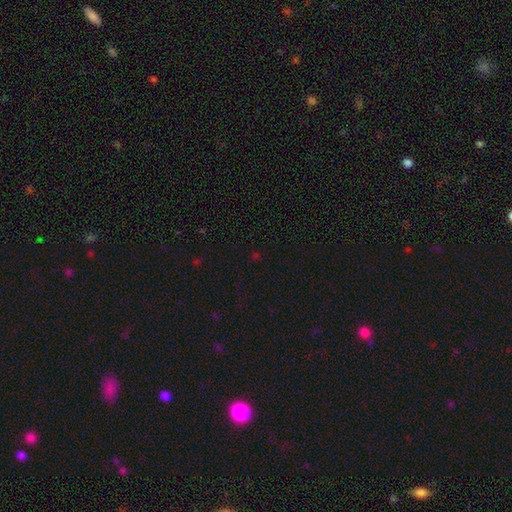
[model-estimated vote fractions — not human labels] This is likely a star or artifact rather than a galaxy (63%).